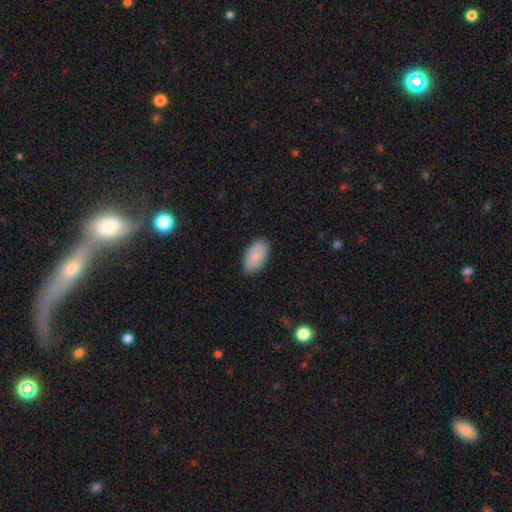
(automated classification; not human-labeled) smooth_or_featured: smooth (p=0.87) [alt: featured or disk p=0.07]
how_rounded: in between (p=0.95) [alt: round p=0.03]
merging: none (p=0.81) [alt: minor disturbance p=0.15]